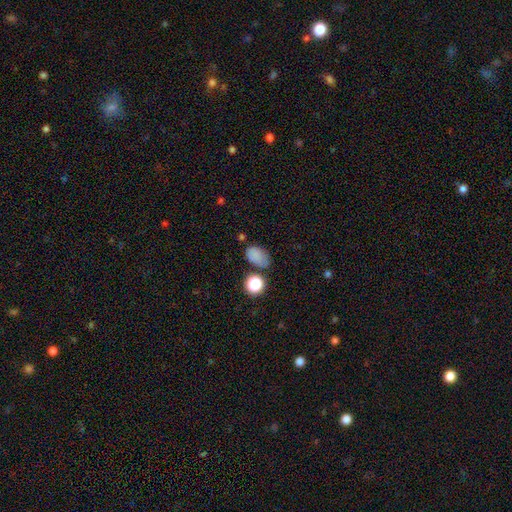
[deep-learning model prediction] This is likely a smooth galaxy (77%). How rounded: clearly in between (81%). Merging: likely none (62%).